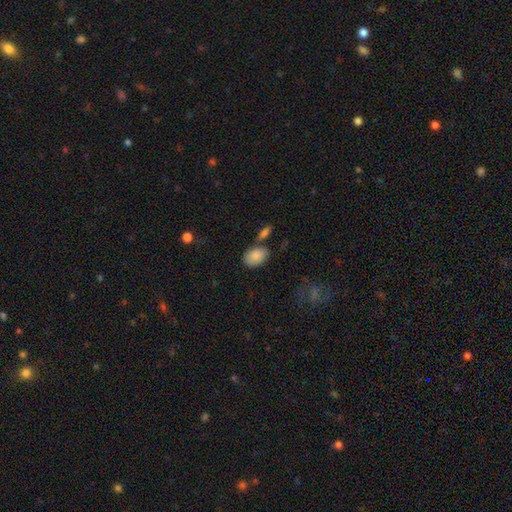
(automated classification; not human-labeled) Smooth or featured?
  - smooth: 87% *
  - star or artifact: 7%
  - featured or disk: 6%
How rounded?
  - in between: 88% *
  - round: 11%
  - cigar-shaped: 1%
Merging?
  - none: 66% *
  - minor disturbance: 15%
  - merger: 14%
  - major disturbance: 4%